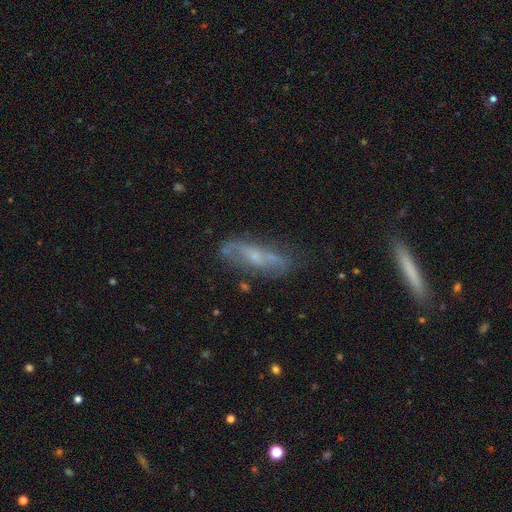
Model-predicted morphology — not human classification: smooth-or-featured: featured or disk: 58% | smooth: 32% | star or artifact: 10%
  disk-edge-on: no: 65% | yes: 35%
  merging: none: 63% | minor disturbance: 23% | major disturbance: 10% | merger: 4%